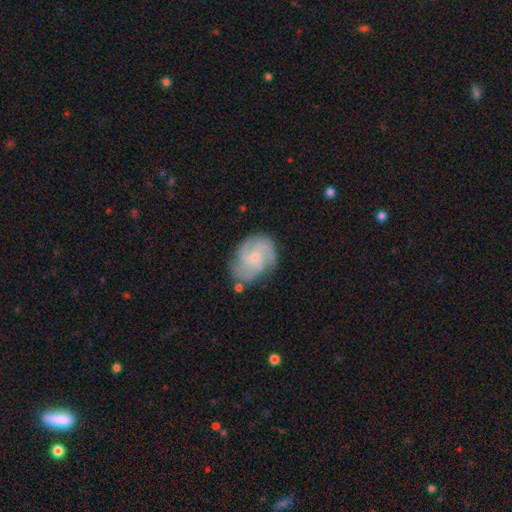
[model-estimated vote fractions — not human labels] Smooth or featured: featured or disk — 80% (smooth — 14%)
Edge-on disk: no — 98% (yes — 2%)
Bar: no — 72% (weak — 25%)
Spiral arms: yes — 95% (no — 5%)
Spiral winding: medium — 46% (tight — 40%)
Spiral arm count: 3 — 42% (4 — 23%)
Bulge size: small — 75% (moderate — 18%)
Merging: none — 70% (minor disturbance — 20%)